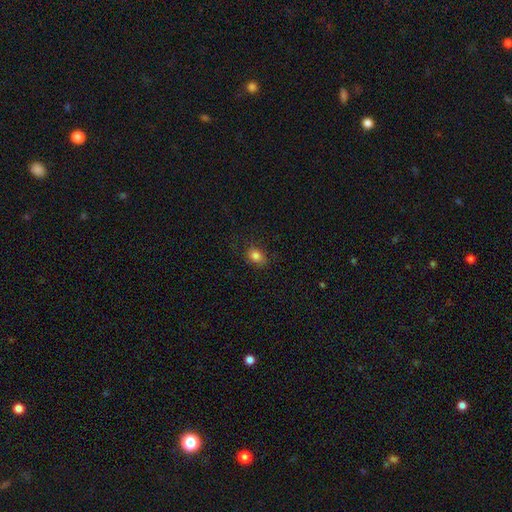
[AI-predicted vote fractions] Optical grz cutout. It shows a smooth galaxy with no disk features (82%) that is in between round and cigar-shaped (58%). Merging: none (80%).